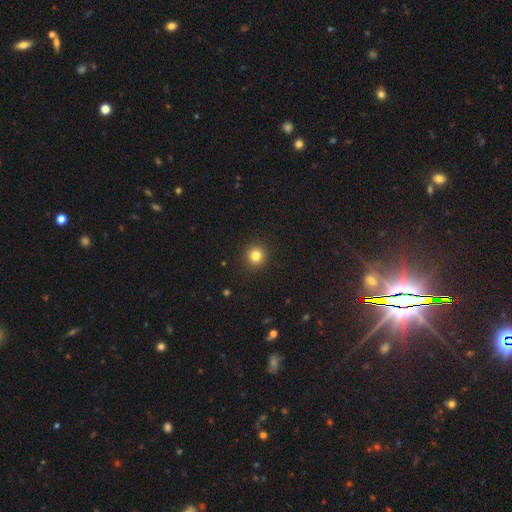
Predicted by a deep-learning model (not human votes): Smooth or featured?
  - smooth: 82% *
  - star or artifact: 12%
  - featured or disk: 6%
How rounded?
  - round: 93% *
  - in between: 6%
  - cigar-shaped: 1%
Merging?
  - none: 92% *
  - minor disturbance: 5%
  - major disturbance: 2%
  - merger: 1%